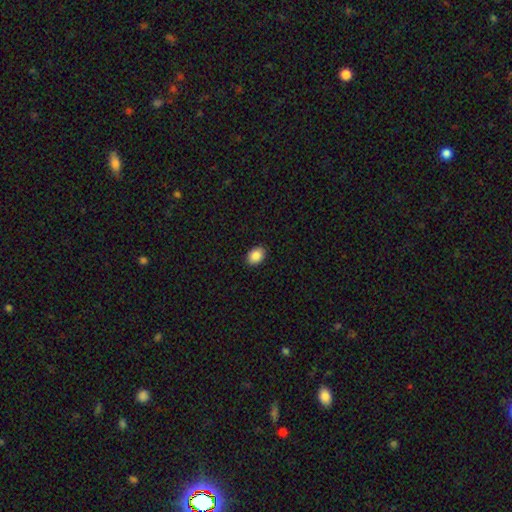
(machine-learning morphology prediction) This is clearly a smooth galaxy (88%). How rounded: likely in between (75%). Merging: clearly none (90%).